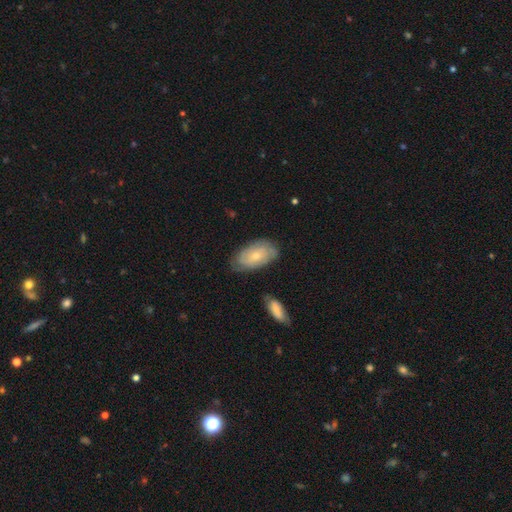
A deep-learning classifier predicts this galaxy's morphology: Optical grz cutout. It shows a featured or disk galaxy (51%). Merging: none (73%).